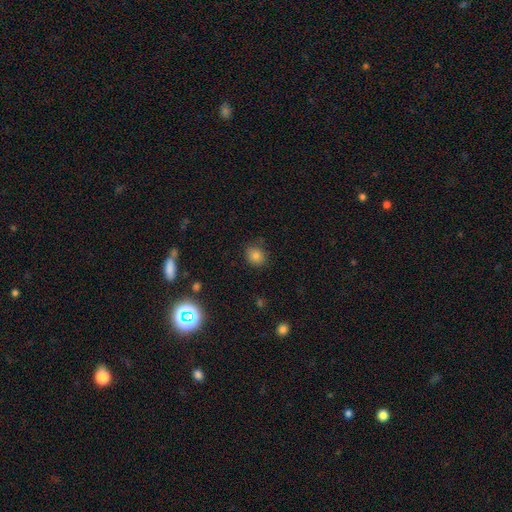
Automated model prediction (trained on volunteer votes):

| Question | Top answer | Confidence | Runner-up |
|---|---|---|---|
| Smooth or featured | smooth | 81% | star or artifact (13%) |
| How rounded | round | 73% | in between (26%) |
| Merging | none | 83% | minor disturbance (12%) |